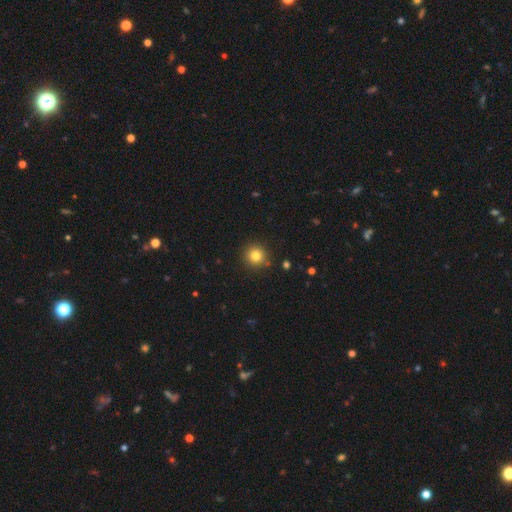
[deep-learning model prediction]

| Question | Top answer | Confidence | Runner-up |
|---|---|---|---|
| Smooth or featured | smooth | 81% | star or artifact (13%) |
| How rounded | round | 94% | in between (5%) |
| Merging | none | 89% | minor disturbance (7%) |